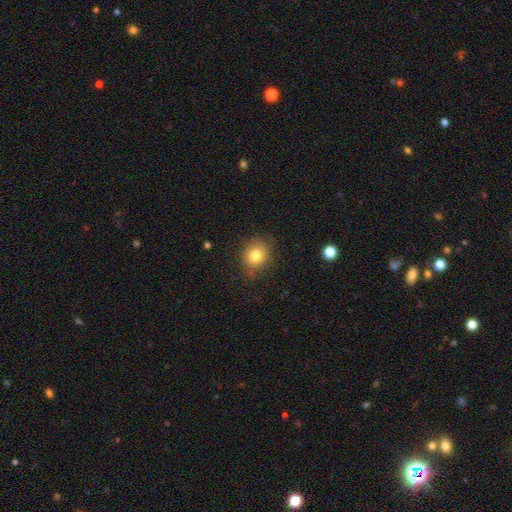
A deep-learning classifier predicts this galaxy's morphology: Smooth or featured? smooth (80%)
How rounded? round (68%)
Merging? none (81%)